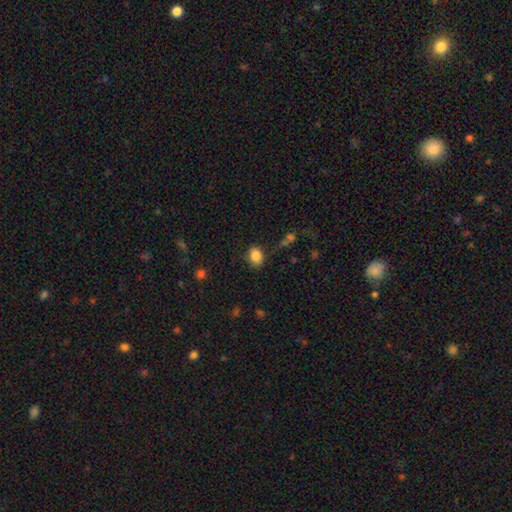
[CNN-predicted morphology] A smooth galaxy with no disk features (86%) that is in between round and cigar-shaped (60%). Merging: none (78%).